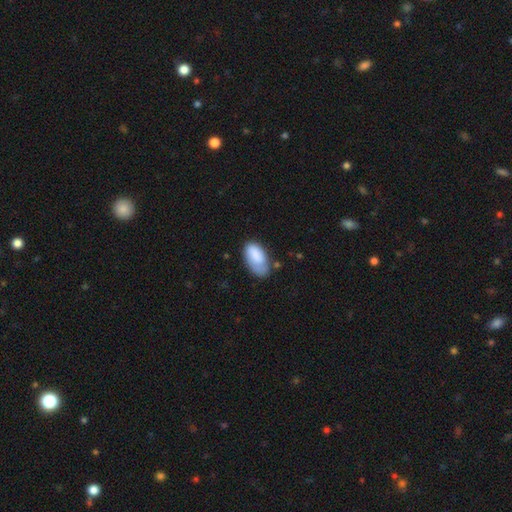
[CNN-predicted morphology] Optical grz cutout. It shows a smooth galaxy with no disk features (80%) that is in between round and cigar-shaped (95%). Merging: none (50%).